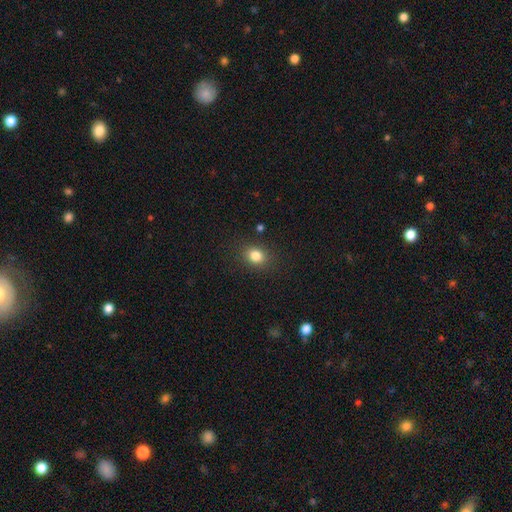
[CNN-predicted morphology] Smooth or featured: smooth — 83% (star or artifact — 12%)
How rounded: round — 57% (in between — 42%)
Merging: none — 86% (minor disturbance — 9%)